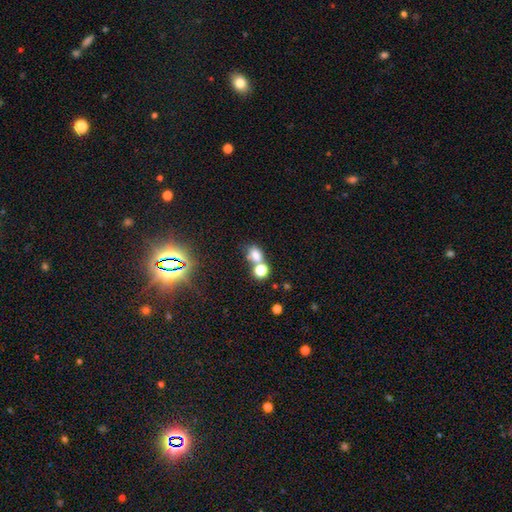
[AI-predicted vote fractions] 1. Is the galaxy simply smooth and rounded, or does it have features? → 72% smooth, 17% star or artifact, 11% featured or disk.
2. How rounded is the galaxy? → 56% in between, 42% round, 2% cigar-shaped.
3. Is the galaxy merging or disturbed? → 47% merger, 37% none, 10% minor disturbance, 6% major disturbance.